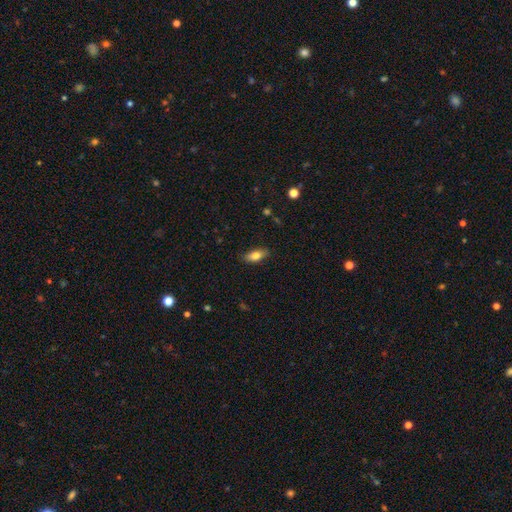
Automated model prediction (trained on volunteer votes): smooth_or_featured: smooth (p=0.77) [alt: featured or disk p=0.16]
how_rounded: in between (p=0.80) [alt: cigar-shaped p=0.17]
merging: none (p=0.85) [alt: minor disturbance p=0.11]